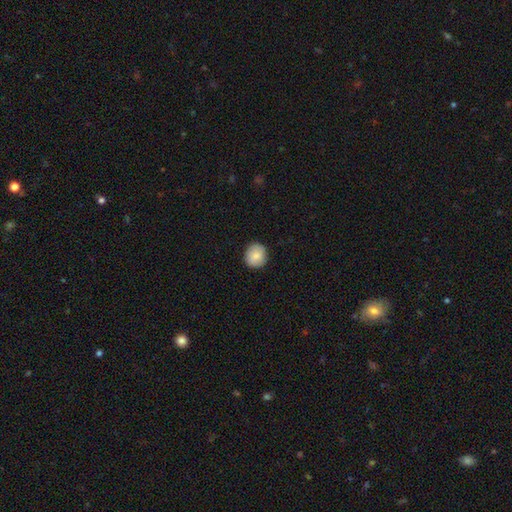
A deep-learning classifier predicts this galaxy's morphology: type=smooth (85%); roundness=round (88%); merging=none (88%).